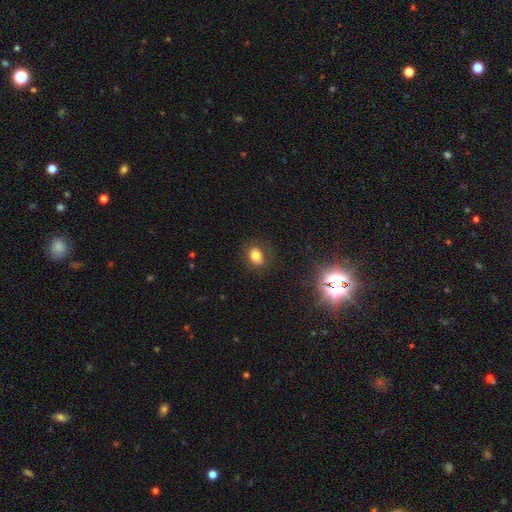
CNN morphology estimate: type=smooth (75%); roundness=in between (59%); merging=none (81%).